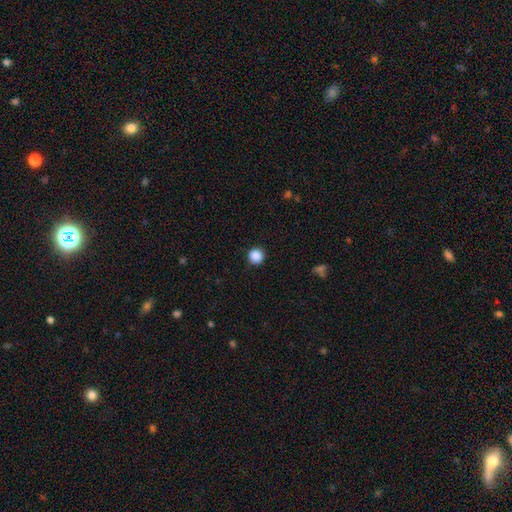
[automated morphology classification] Smooth or featured? smooth (88%)
How rounded? round (95%)
Merging? none (91%)